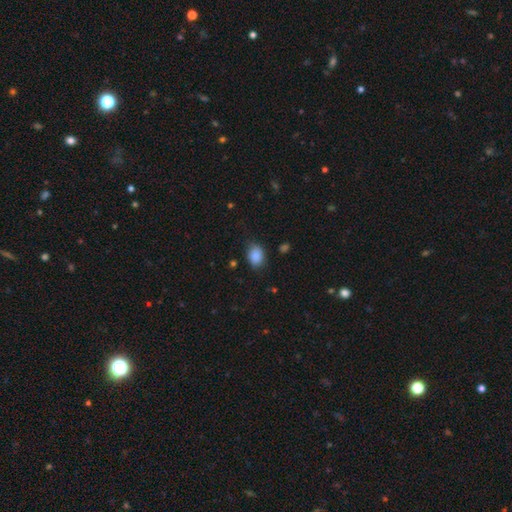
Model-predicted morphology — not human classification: type=smooth (88%); roundness=in between (67%); merging=none (76%).